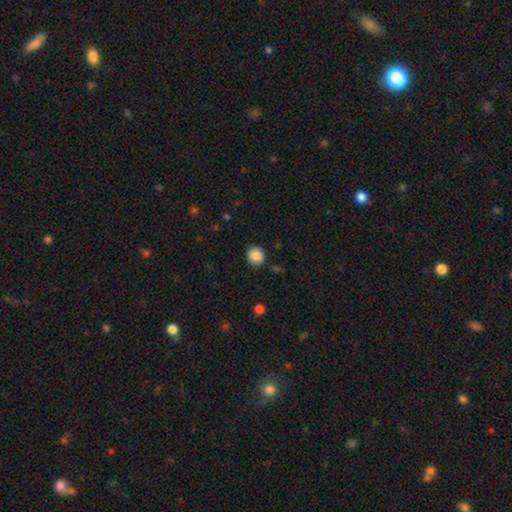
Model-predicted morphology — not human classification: Smooth or featured: smooth — 87% (star or artifact — 9%)
How rounded: round — 90% (in between — 9%)
Merging: none — 88% (minor disturbance — 8%)